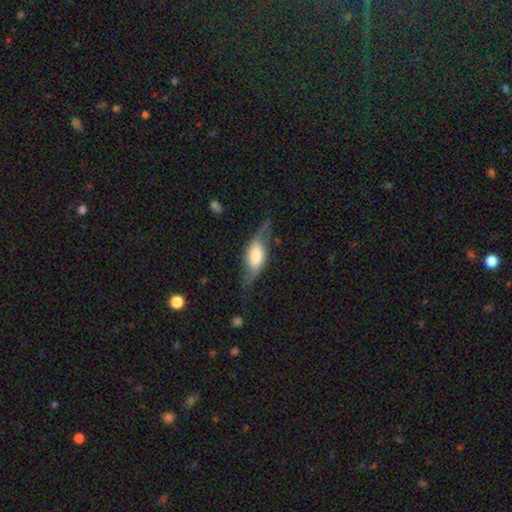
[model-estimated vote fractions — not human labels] Smooth or featured: featured or disk — 56% (smooth — 38%)
Edge-on disk: no — 54% (yes — 46%)
Merging: none — 57% (minor disturbance — 26%)